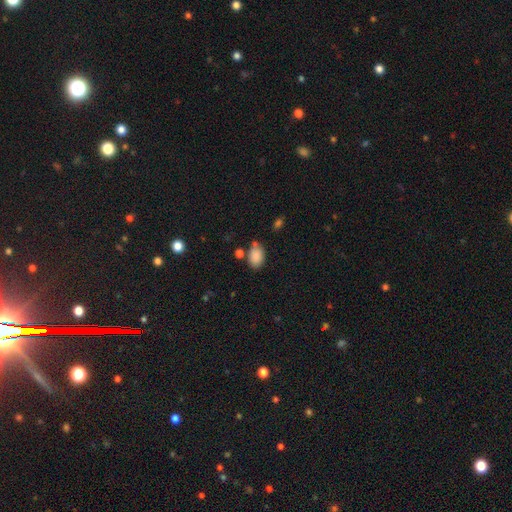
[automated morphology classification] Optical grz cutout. It shows a smooth galaxy with no disk features (86%) that is in between round and cigar-shaped (84%). Merging: none (68%).